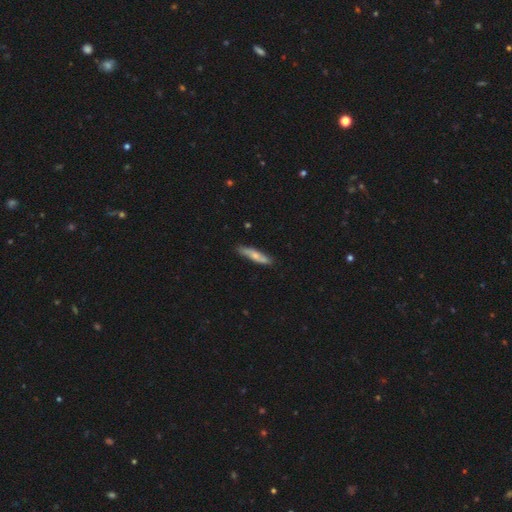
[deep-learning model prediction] Q: Smooth or featured?
A: smooth (57%); runner-up: featured or disk (38%)
Q: How rounded?
A: cigar-shaped (82%); runner-up: in between (16%)
Q: Merging?
A: none (83%); runner-up: minor disturbance (14%)